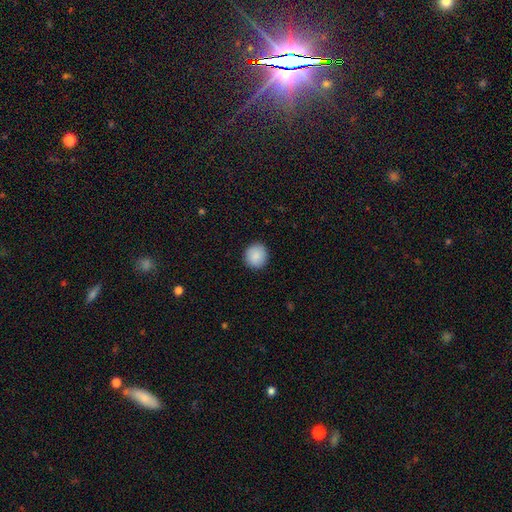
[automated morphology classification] This is clearly a smooth galaxy (89%). How rounded: clearly round (91%). Merging: clearly none (91%).